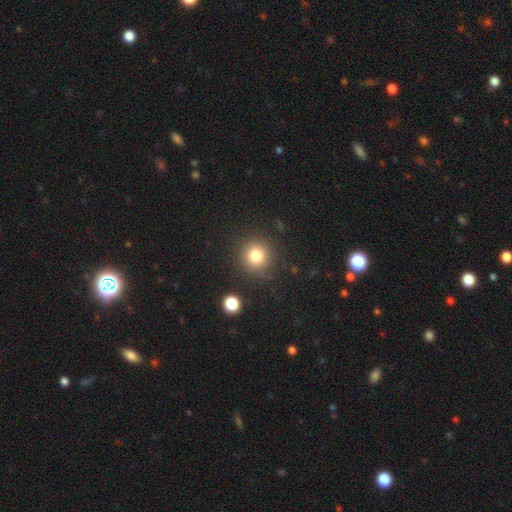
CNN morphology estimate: Overall: smooth (81%). How rounded: round (92%). Merging: none (86%).